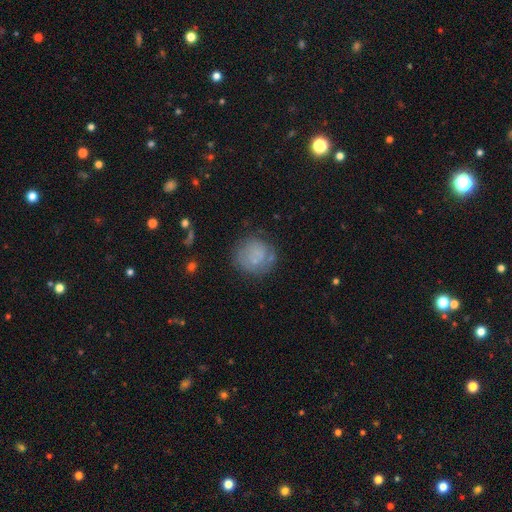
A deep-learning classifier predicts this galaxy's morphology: smooth_or_featured: smooth (p=0.57) [alt: featured or disk p=0.33]
how_rounded: round (p=0.88) [alt: in between p=0.11]
merging: none (p=0.66) [alt: minor disturbance p=0.20]